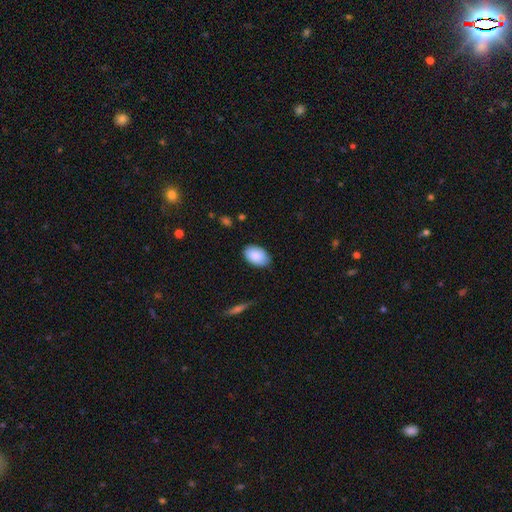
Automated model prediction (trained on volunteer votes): This is clearly a smooth galaxy (86%). How rounded: clearly in between (92%). Merging: clearly none (82%).